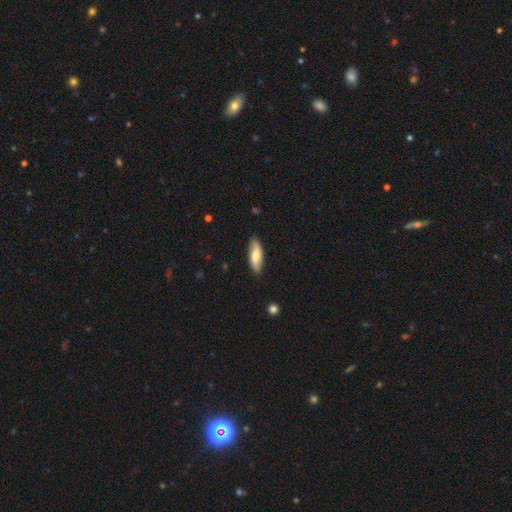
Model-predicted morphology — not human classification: A smooth galaxy with no disk features (72%) that is in between round and cigar-shaped (65%).

Vote fractions:
- Smooth or featured? smooth: 72% / featured or disk: 23% / star or artifact: 5%
- How rounded? in between: 65% / cigar-shaped: 33% / round: 2%
- Merging? none: 85% / minor disturbance: 12% / major disturbance: 2% / merger: 1%